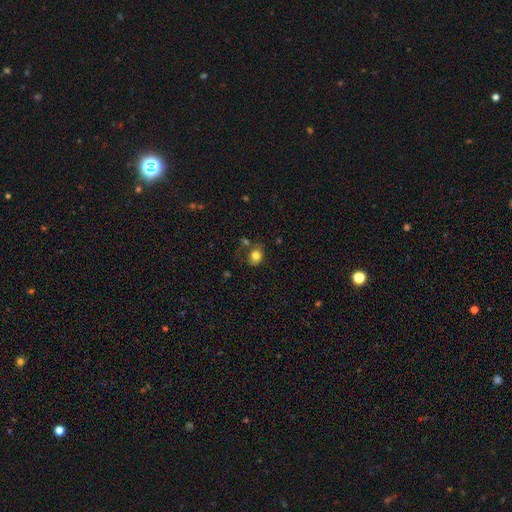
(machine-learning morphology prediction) Smooth or featured?
  - smooth: 78% *
  - featured or disk: 12%
  - star or artifact: 10%
How rounded?
  - round: 50% *
  - in between: 49%
  - cigar-shaped: 1%
Merging?
  - none: 54% *
  - minor disturbance: 24%
  - major disturbance: 12%
  - merger: 10%